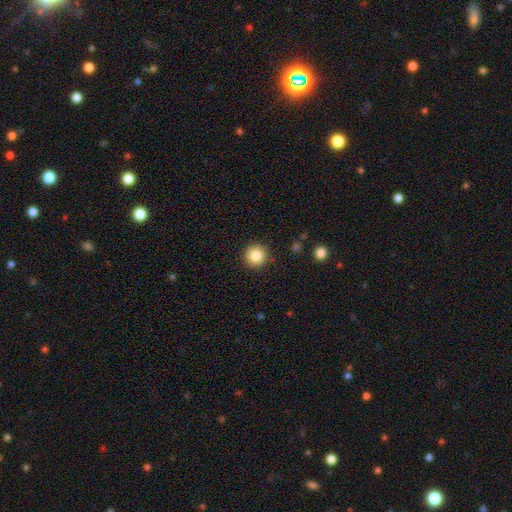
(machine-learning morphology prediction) A smooth galaxy with no disk features (84%) that is round (95%).

Vote fractions:
- Smooth or featured? smooth: 84% / star or artifact: 10% / featured or disk: 6%
- How rounded? round: 95% / in between: 4% / cigar-shaped: 1%
- Merging? none: 91% / minor disturbance: 6% / major disturbance: 2% / merger: 1%